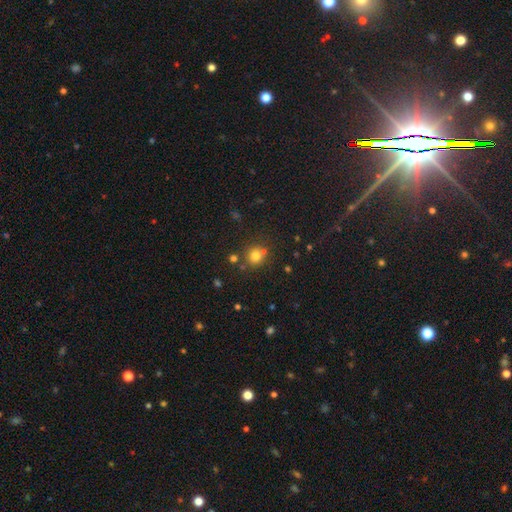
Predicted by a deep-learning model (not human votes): This appears to be a smooth galaxy with no disk features (74%) that is round (88%). Merging: none (71%).